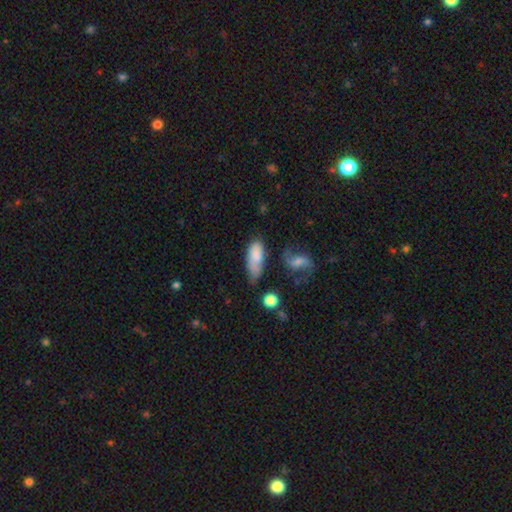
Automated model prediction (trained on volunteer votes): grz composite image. It shows a smooth galaxy with no disk features (74%) that is in between round and cigar-shaped (78%). Merging: none (40%).